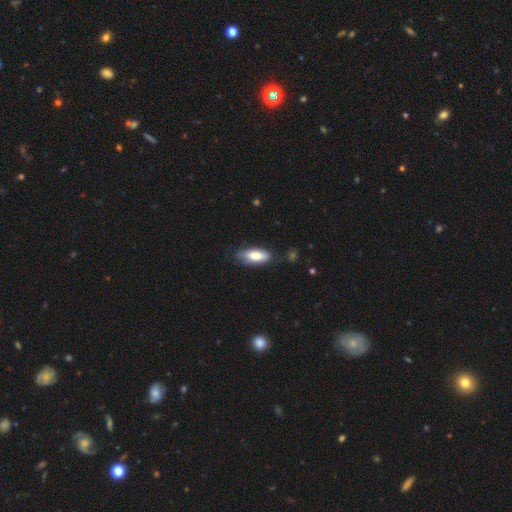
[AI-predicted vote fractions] Overall: smooth (79%). How rounded: in between (81%). Merging: none (74%).